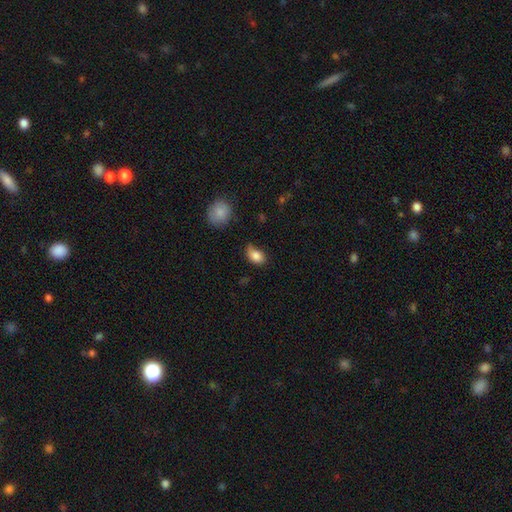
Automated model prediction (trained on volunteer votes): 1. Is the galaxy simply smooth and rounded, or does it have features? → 85% smooth, 8% star or artifact, 7% featured or disk.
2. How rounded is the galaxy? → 82% in between, 16% round, 2% cigar-shaped.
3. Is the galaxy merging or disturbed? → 52% none, 35% minor disturbance, 10% major disturbance, 3% merger.